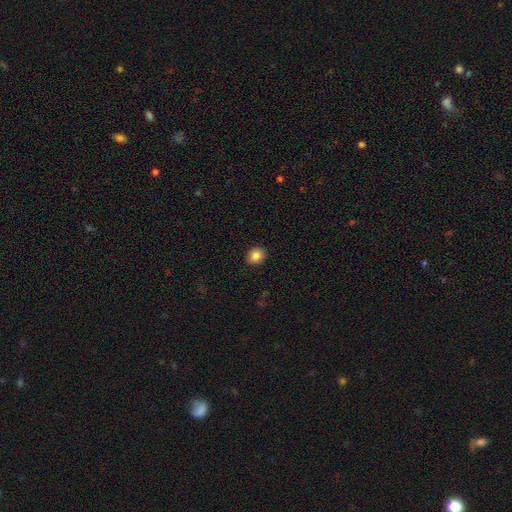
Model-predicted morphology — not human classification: type=smooth (84%); roundness=round (76%); merging=none (92%).